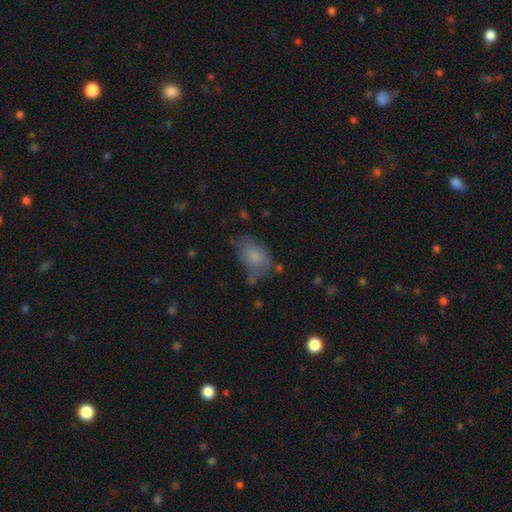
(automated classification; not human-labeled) smooth-or-featured: smooth: 73% | featured or disk: 16% | star or artifact: 11%
  how-rounded: in between: 80% | round: 18% | cigar-shaped: 2%
  merging: none: 54% | minor disturbance: 29% | major disturbance: 12% | merger: 6%